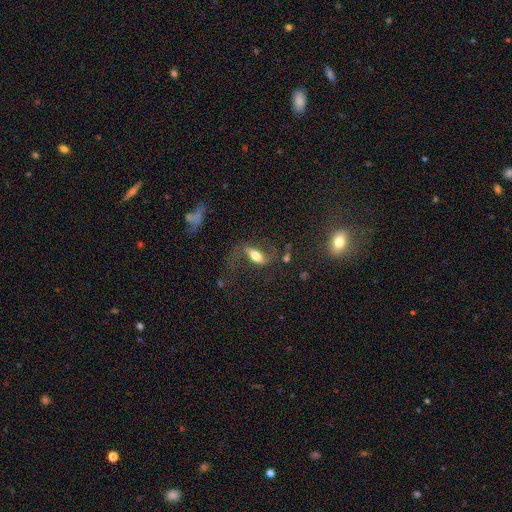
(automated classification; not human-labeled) Morphology: type=featured or disk (55%); edge-on=no (71%); merging=none (51%).